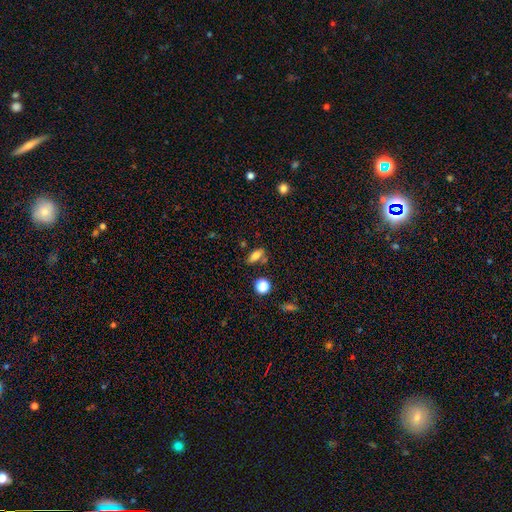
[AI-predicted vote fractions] Morphology: type=smooth (75%); roundness=in between (73%); merging=none (70%).